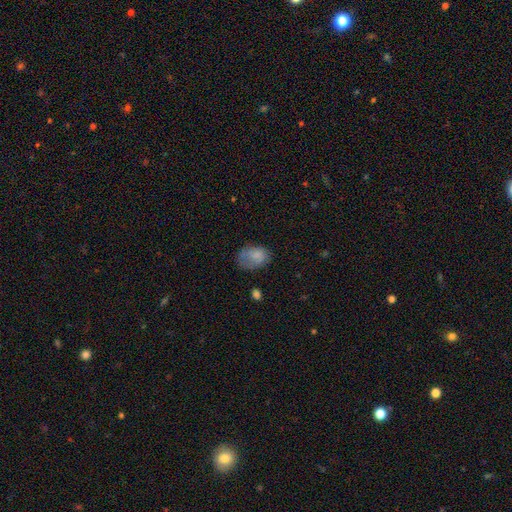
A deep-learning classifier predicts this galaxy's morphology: Smooth or featured?
  - smooth: 74% *
  - featured or disk: 16%
  - star or artifact: 9%
How rounded?
  - in between: 76% *
  - round: 23%
  - cigar-shaped: 1%
Merging?
  - none: 45% *
  - minor disturbance: 31%
  - major disturbance: 22%
  - merger: 3%